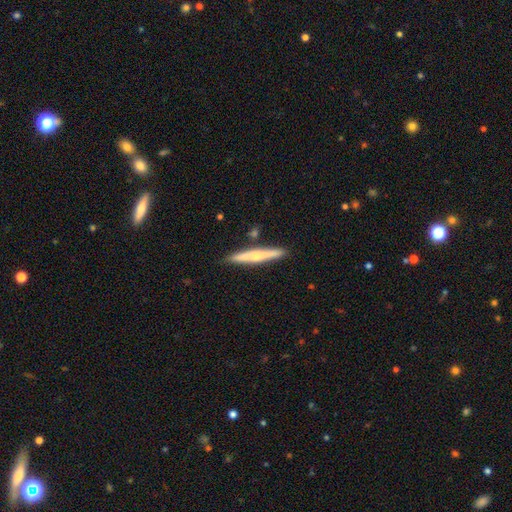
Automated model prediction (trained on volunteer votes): A featured or disk galaxy (48%). Merging: none (86%).